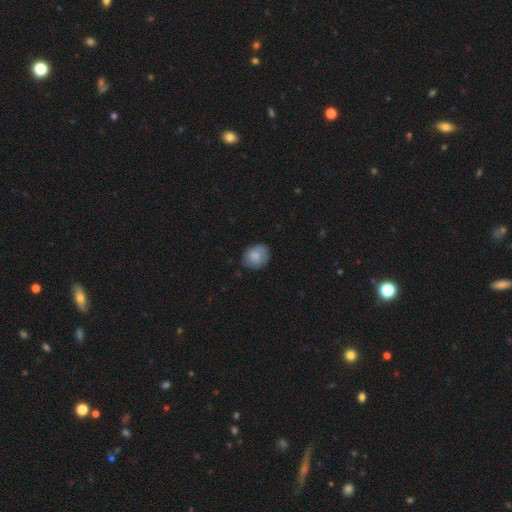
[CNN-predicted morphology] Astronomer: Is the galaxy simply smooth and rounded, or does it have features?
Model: smooth — 80%.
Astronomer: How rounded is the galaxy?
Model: round — 58% (runner-up: in between, 41%).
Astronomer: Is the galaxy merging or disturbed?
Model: none — 77%.